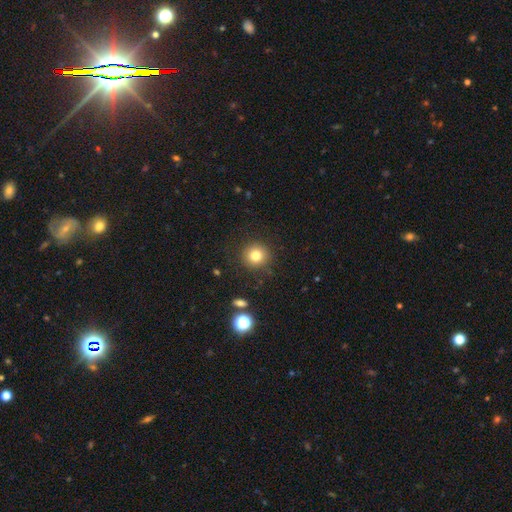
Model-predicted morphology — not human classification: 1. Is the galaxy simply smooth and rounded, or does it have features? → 80% smooth, 13% star or artifact, 8% featured or disk.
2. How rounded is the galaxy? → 93% round, 6% in between, 1% cigar-shaped.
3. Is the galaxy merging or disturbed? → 89% none, 7% minor disturbance, 3% major disturbance, 2% merger.